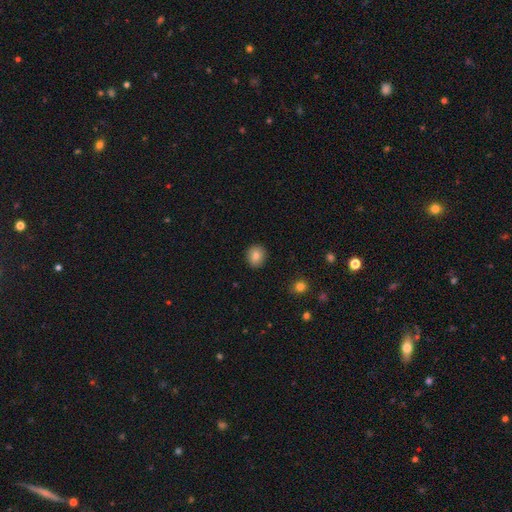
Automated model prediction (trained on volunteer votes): A smooth galaxy with no disk features (82%) that is round (82%). Merging: none (91%).